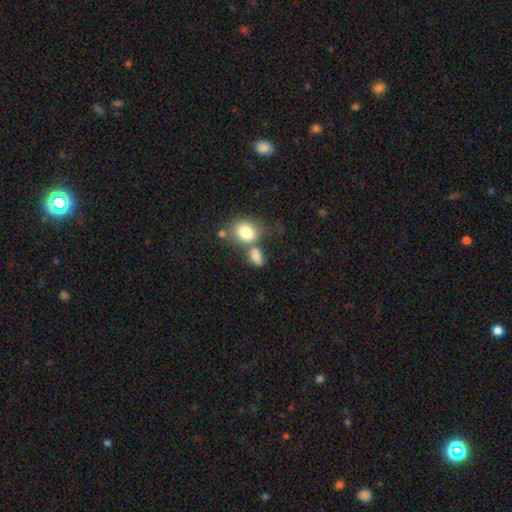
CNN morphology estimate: Smooth or featured?
  - smooth: 77% *
  - featured or disk: 12%
  - star or artifact: 11%
How rounded?
  - in between: 74% *
  - round: 24%
  - cigar-shaped: 3%
Merging?
  - merger: 45% *
  - none: 34%
  - minor disturbance: 14%
  - major disturbance: 8%